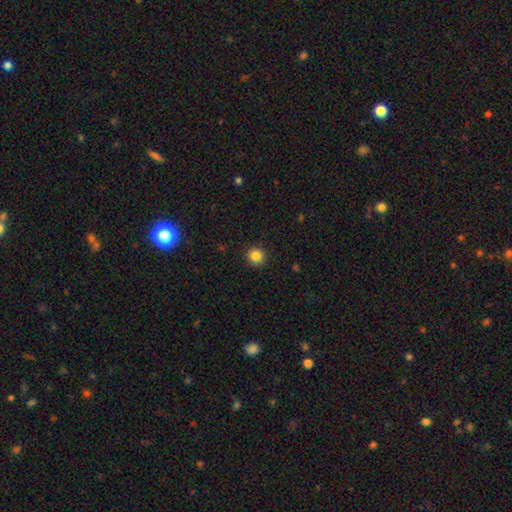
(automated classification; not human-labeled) Q: Smooth or featured?
A: smooth (85%); runner-up: star or artifact (11%)
Q: How rounded?
A: round (95%); runner-up: in between (4%)
Q: Merging?
A: none (92%); runner-up: minor disturbance (5%)